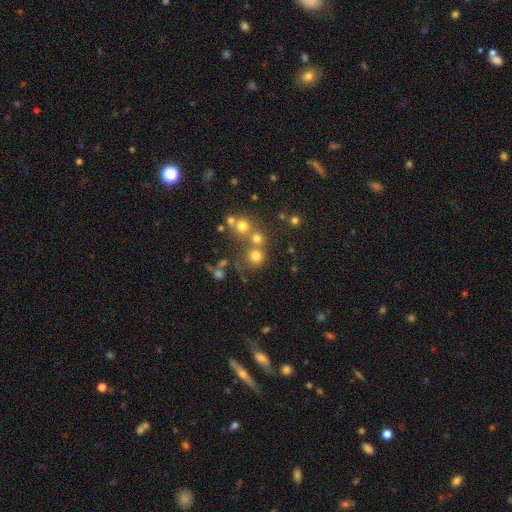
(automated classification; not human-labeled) smooth-or-featured: smooth: 71% | star or artifact: 18% | featured or disk: 11%
  how-rounded: round: 89% | in between: 10% | cigar-shaped: 1%
  merging: none: 60% | merger: 27% | minor disturbance: 8% | major disturbance: 4%